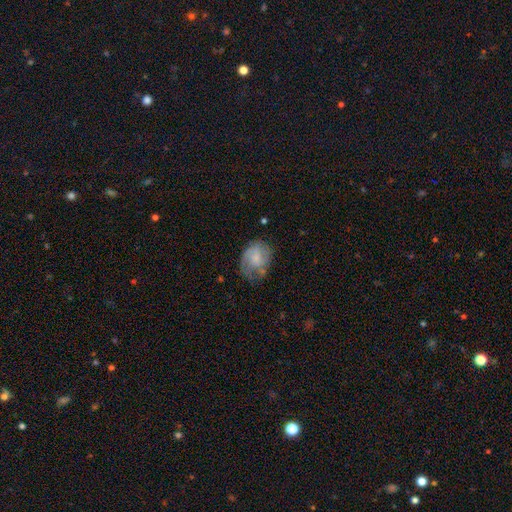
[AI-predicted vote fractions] Smooth or featured? smooth (49%)
Merging? none (48%)